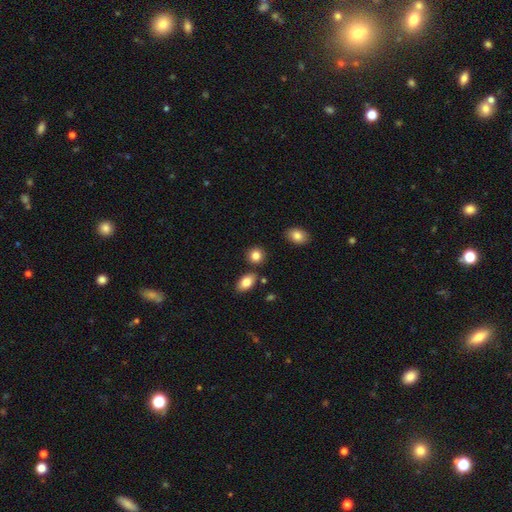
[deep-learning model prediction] A smooth galaxy with no disk features (84%) that is round (63%). Merging: none (81%).